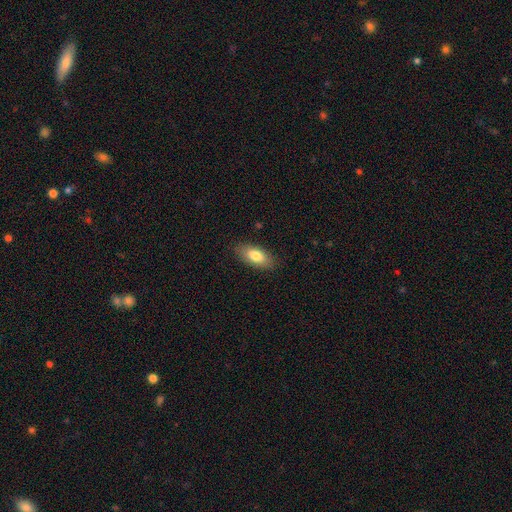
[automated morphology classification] Q: Smooth or featured?
A: smooth (80%); runner-up: featured or disk (14%)
Q: How rounded?
A: in between (88%); runner-up: cigar-shaped (10%)
Q: Merging?
A: none (87%); runner-up: minor disturbance (10%)